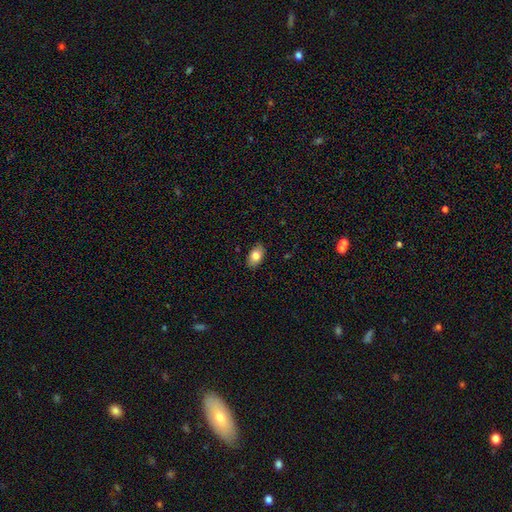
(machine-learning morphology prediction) Smooth or featured? smooth (81%)
How rounded? in between (91%)
Merging? none (87%)